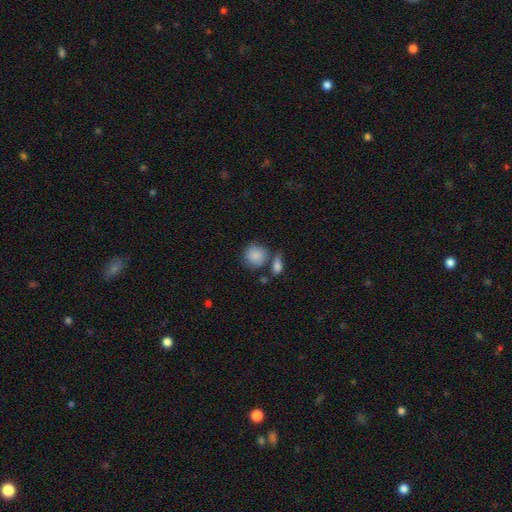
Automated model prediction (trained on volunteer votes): This appears to be a smooth galaxy with no disk features (85%) that is round (83%). Merging: none (57%).